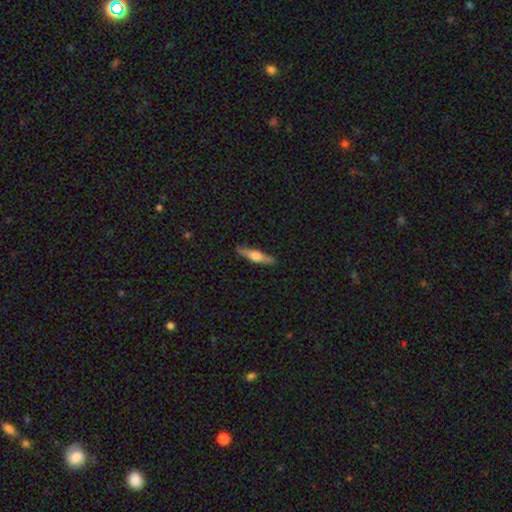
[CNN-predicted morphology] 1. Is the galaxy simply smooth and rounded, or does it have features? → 55% featured or disk, 40% smooth, 6% star or artifact.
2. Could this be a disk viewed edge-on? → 95% yes, 5% no.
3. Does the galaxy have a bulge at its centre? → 91% rounded, 5% boxy, 4% none.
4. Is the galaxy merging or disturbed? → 90% none, 8% minor disturbance, 2% major disturbance, 1% merger.